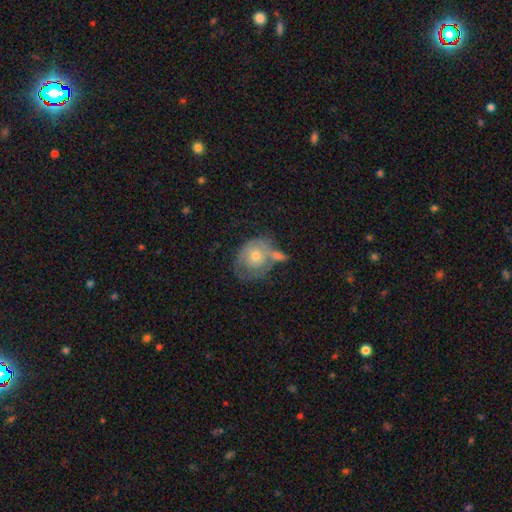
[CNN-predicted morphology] This is possibly a smooth galaxy (51%). How rounded: likely round (64%). Merging: marginally none (32%).